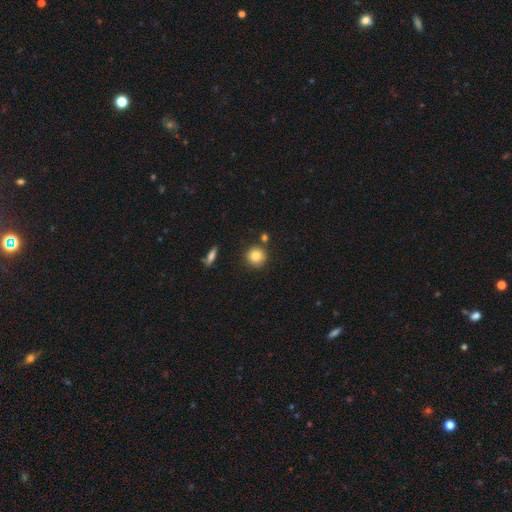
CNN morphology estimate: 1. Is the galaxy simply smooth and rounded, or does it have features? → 83% smooth, 9% star or artifact, 7% featured or disk.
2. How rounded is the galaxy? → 91% round, 7% in between, 1% cigar-shaped.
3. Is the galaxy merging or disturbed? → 79% none, 11% minor disturbance, 7% merger, 3% major disturbance.